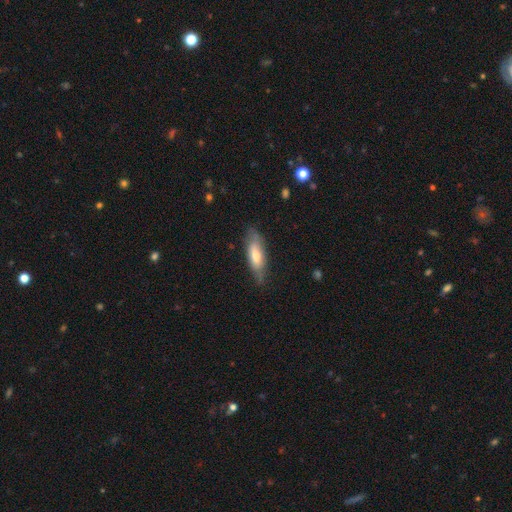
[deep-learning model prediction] Morphology: type=smooth (58%); roundness=in between (50%); merging=none (73%).